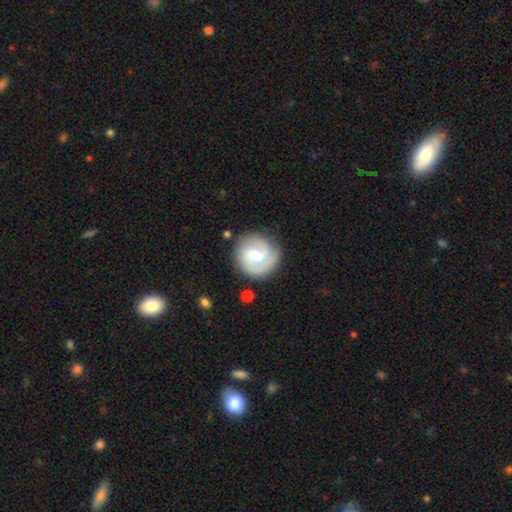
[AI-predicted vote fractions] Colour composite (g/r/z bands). It shows a featured or disk galaxy (67%) with a weak bar (61%), 2 (64%) tight (43%) spiral arms (89%) and a moderate central bulge (62%). Merging: none (79%).